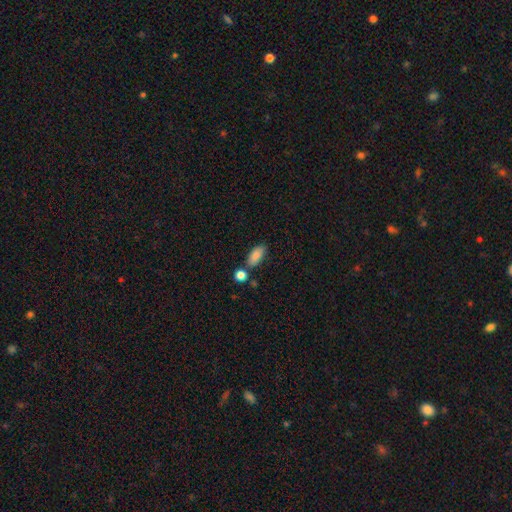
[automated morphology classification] Q: Smooth or featured?
A: smooth (87%); runner-up: star or artifact (7%)
Q: How rounded?
A: in between (86%); runner-up: cigar-shaped (10%)
Q: Merging?
A: none (68%); runner-up: minor disturbance (15%)